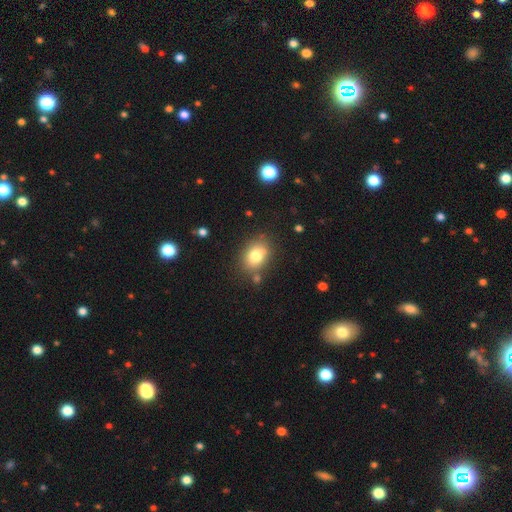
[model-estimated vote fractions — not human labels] Smooth or featured?
  - smooth: 78% *
  - featured or disk: 12%
  - star or artifact: 10%
How rounded?
  - in between: 62% *
  - round: 37%
  - cigar-shaped: 1%
Merging?
  - none: 74% *
  - minor disturbance: 15%
  - merger: 7%
  - major disturbance: 4%